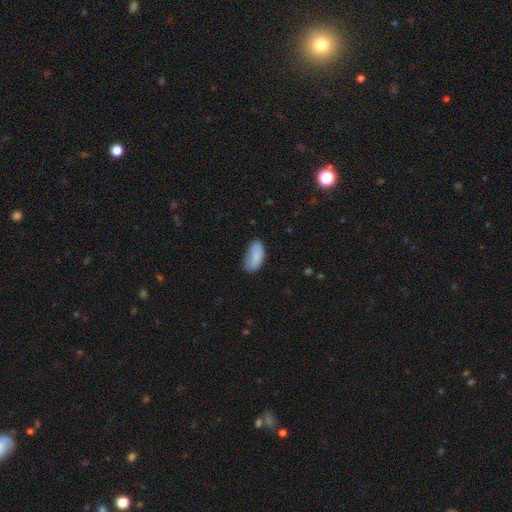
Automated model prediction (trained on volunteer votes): A smooth galaxy with no disk features (84%) that is in between round and cigar-shaped (93%).

Vote fractions:
- Smooth or featured? smooth: 84% / featured or disk: 9% / star or artifact: 7%
- How rounded? in between: 93% / cigar-shaped: 5% / round: 2%
- Merging? none: 62% / minor disturbance: 29% / major disturbance: 7% / merger: 2%